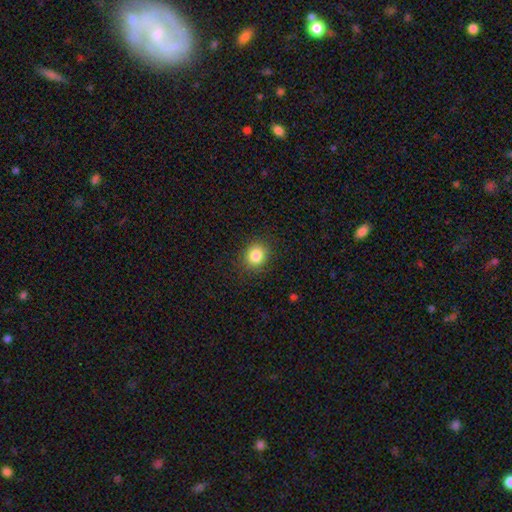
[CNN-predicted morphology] type=smooth (84%); roundness=round (78%); merging=none (89%).